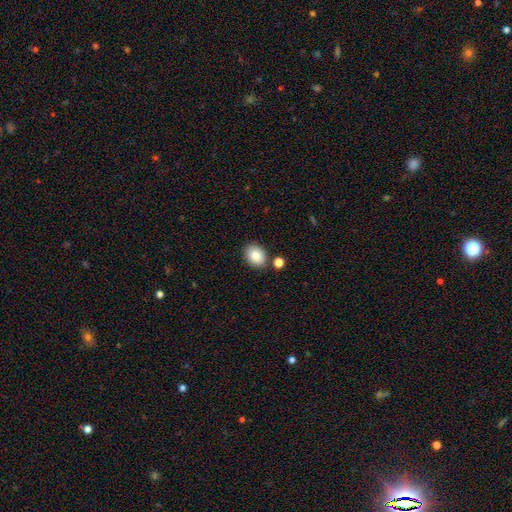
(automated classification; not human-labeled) smooth_or_featured: smooth (p=0.84) [alt: star or artifact p=0.09]
how_rounded: in between (p=0.52) [alt: round p=0.47]
merging: none (p=0.80) [alt: minor disturbance p=0.11]